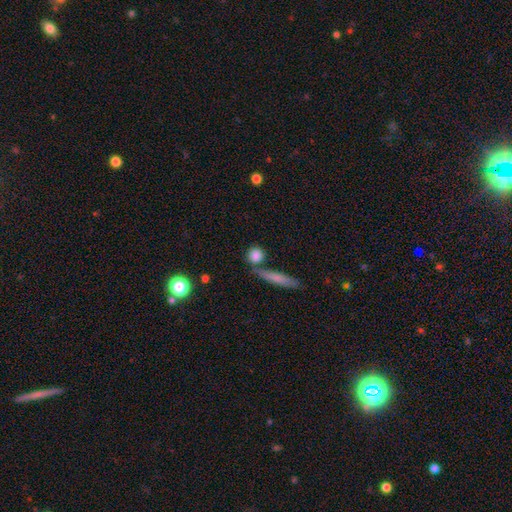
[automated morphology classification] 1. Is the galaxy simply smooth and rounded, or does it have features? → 83% smooth, 9% featured or disk, 8% star or artifact.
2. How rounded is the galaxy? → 77% round, 13% in between, 11% cigar-shaped.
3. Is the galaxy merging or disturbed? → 70% none, 14% merger, 11% minor disturbance, 4% major disturbance.